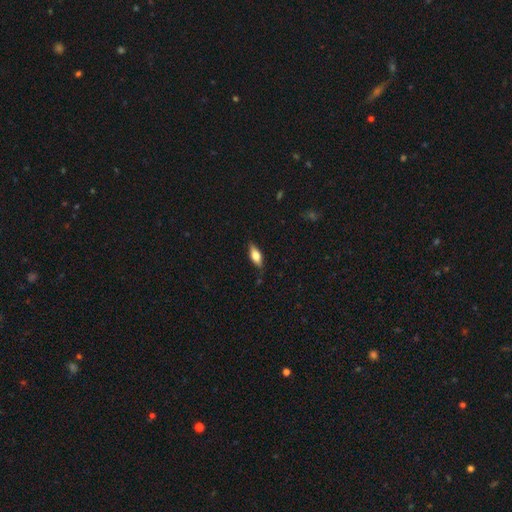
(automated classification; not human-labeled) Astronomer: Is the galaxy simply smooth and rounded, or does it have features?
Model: smooth — 61%.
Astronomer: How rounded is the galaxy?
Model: in between — 68%.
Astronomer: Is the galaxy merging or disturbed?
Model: none — 83%.